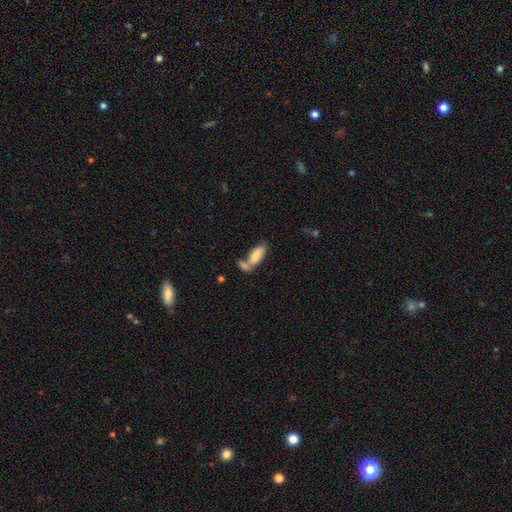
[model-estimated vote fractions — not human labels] Smooth or featured: smooth — 82% (featured or disk — 11%)
How rounded: in between — 82% (cigar-shaped — 16%)
Merging: merger — 48% (none — 37%)